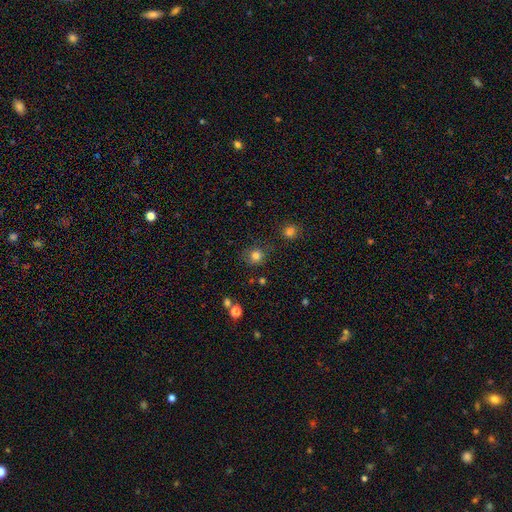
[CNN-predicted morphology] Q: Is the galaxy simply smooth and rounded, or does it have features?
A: smooth — 79%.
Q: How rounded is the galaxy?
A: round — 84%.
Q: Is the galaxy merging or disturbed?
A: none — 78%.